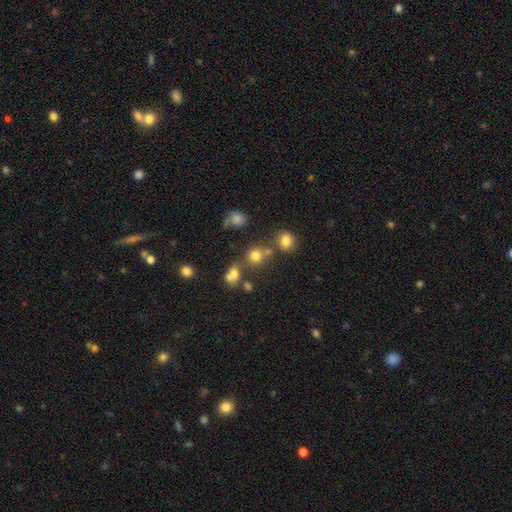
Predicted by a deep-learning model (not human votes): The model was most divided on "merging": none: 63%, merger: 22%, minor disturbance: 10%, major disturbance: 5%. More confident: how rounded — round (85%); smooth or featured — smooth (73%).